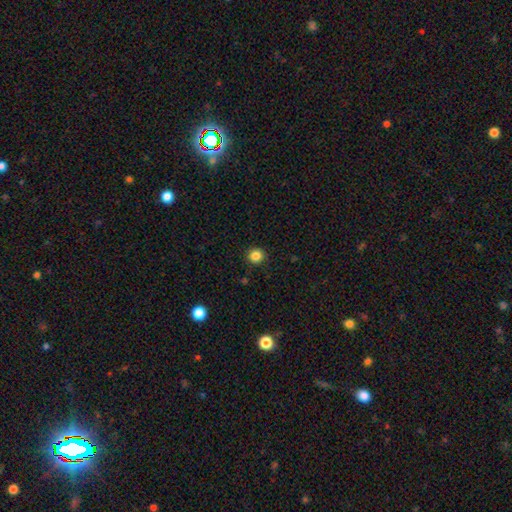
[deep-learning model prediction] This appears to be a smooth galaxy with no disk features (85%) that is round (92%). Merging: none (91%).